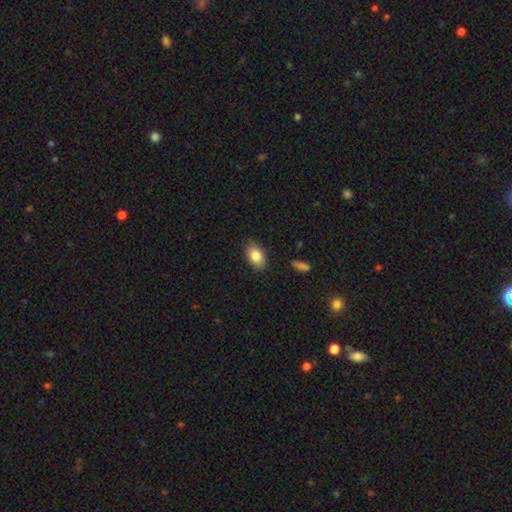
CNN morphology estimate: The model was most divided on "merging": none: 86%, minor disturbance: 11%, major disturbance: 2%, merger: 1%. More confident: how rounded — in between (90%); smooth or featured — smooth (85%).